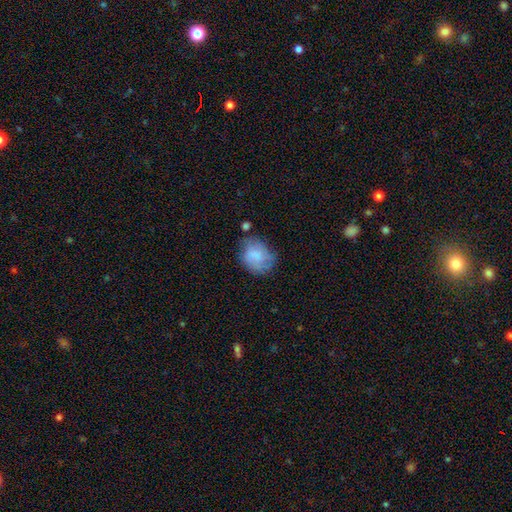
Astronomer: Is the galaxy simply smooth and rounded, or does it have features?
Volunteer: smooth — 79%.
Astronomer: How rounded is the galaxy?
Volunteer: round — 61% (runner-up: in between, 39%).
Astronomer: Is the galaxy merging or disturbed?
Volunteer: none — 47% (runner-up: minor disturbance, 45%).